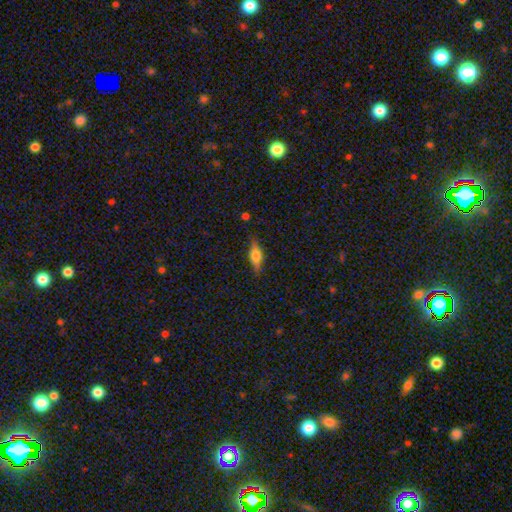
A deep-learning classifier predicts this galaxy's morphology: smooth-or-featured: smooth: 61% | featured or disk: 32% | star or artifact: 8%
  how-rounded: in between: 59% | cigar-shaped: 37% | round: 3%
  merging: none: 83% | minor disturbance: 13% | major disturbance: 3% | merger: 1%